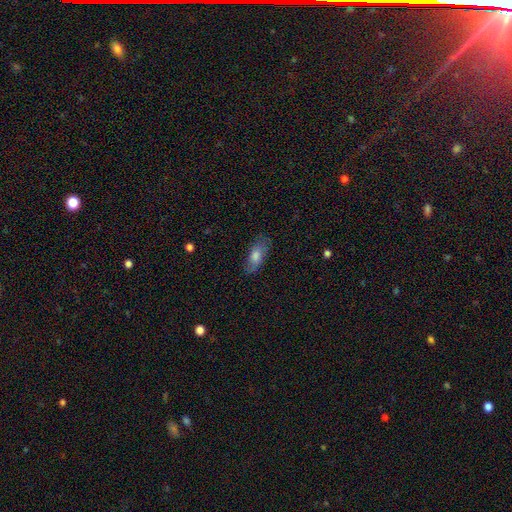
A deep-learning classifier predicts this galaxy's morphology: smooth-or-featured: smooth: 71% | featured or disk: 21% | star or artifact: 8%
  how-rounded: in between: 81% | cigar-shaped: 15% | round: 4%
  merging: none: 78% | minor disturbance: 16% | major disturbance: 4% | merger: 1%